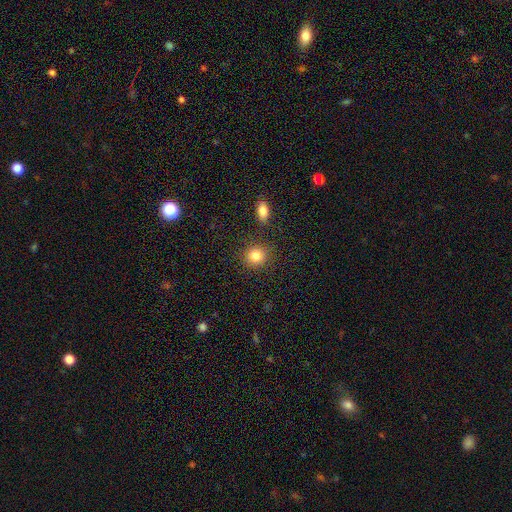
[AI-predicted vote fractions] smooth_or_featured: smooth (p=0.84) [alt: star or artifact p=0.10]
how_rounded: round (p=0.83) [alt: in between p=0.15]
merging: none (p=0.84) [alt: minor disturbance p=0.08]